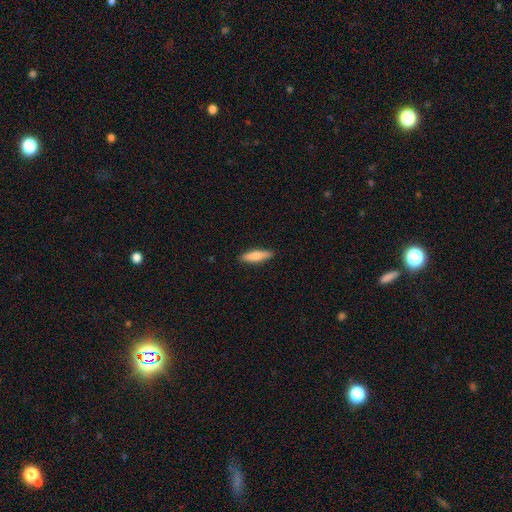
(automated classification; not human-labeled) Q: Smooth or featured?
A: smooth (75%); runner-up: featured or disk (19%)
Q: How rounded?
A: cigar-shaped (69%); runner-up: in between (29%)
Q: Merging?
A: none (90%); runner-up: minor disturbance (7%)